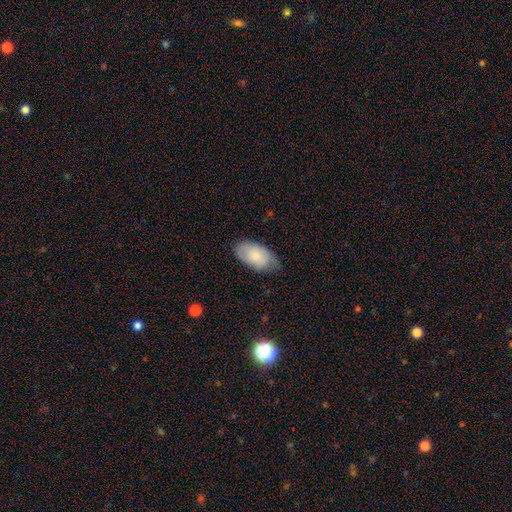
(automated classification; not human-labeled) This appears to be a smooth galaxy with no disk features (79%) that is in between round and cigar-shaped (95%). Merging: none (72%).